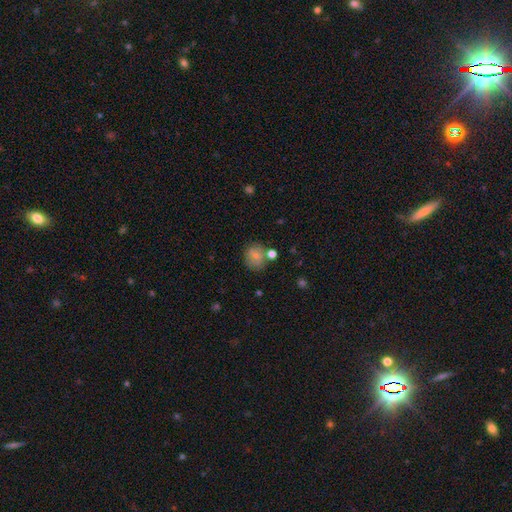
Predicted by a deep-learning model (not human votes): Overall: smooth (80%). How rounded: round (74%). Merging: none (65%).